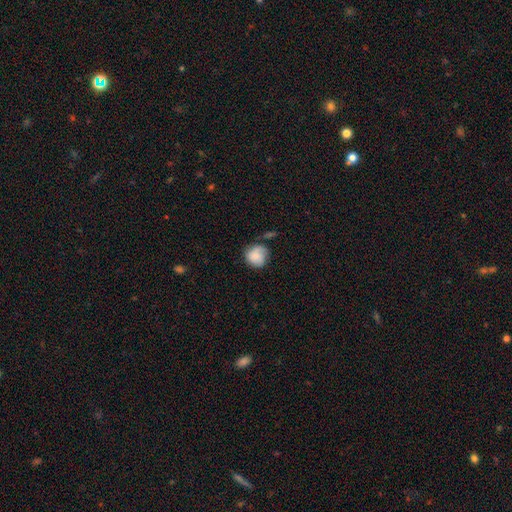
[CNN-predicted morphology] The model was most divided on "merging": none: 59%, minor disturbance: 28%, major disturbance: 8%, merger: 6%. More confident: how rounded — round (86%); smooth or featured — smooth (78%).